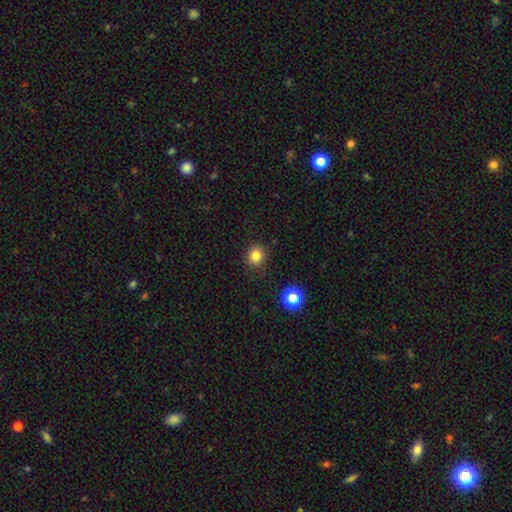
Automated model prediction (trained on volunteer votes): Overall: smooth (82%). How rounded: round (77%). Merging: none (87%).